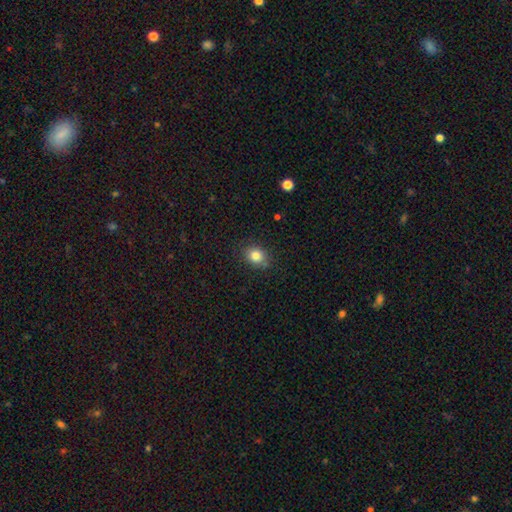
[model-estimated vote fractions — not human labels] A smooth galaxy with no disk features (83%) that is round (54%). Merging: none (83%).